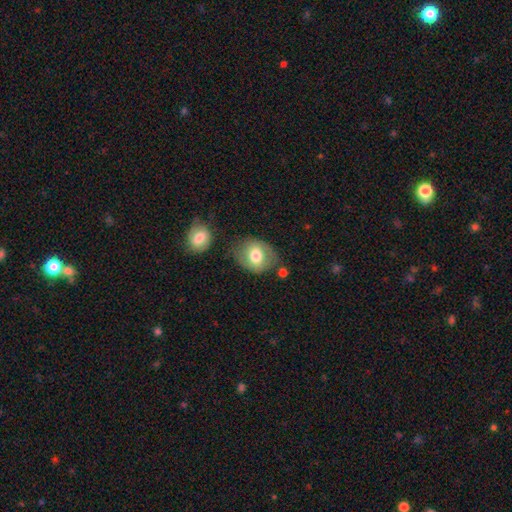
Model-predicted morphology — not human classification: Overall: smooth (70%). How rounded: round (53%; in between 46%). Merging: none (68%).